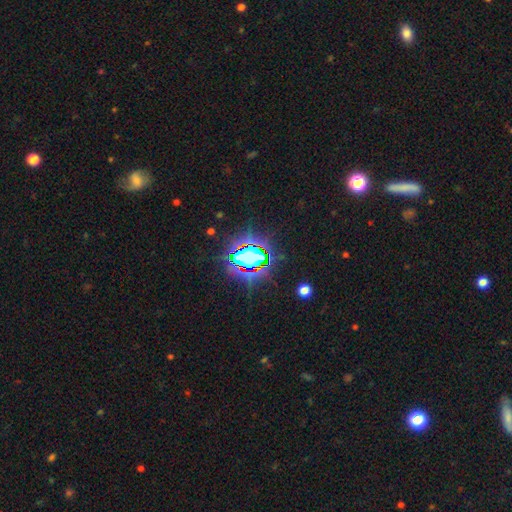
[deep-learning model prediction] Smooth or featured? star or artifact (69%)